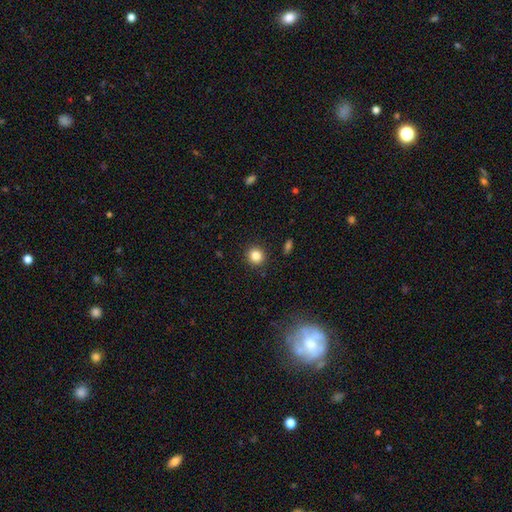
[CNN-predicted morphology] A smooth galaxy with no disk features (84%) that is round (89%). Merging: none (91%).